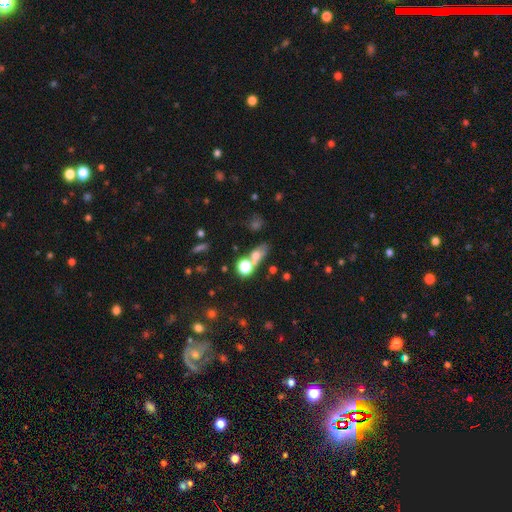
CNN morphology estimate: smooth 62%, featured or disk 19%, star or artifact 19%. Down the decision tree: how rounded — in between (49%); merging — merger (41%).